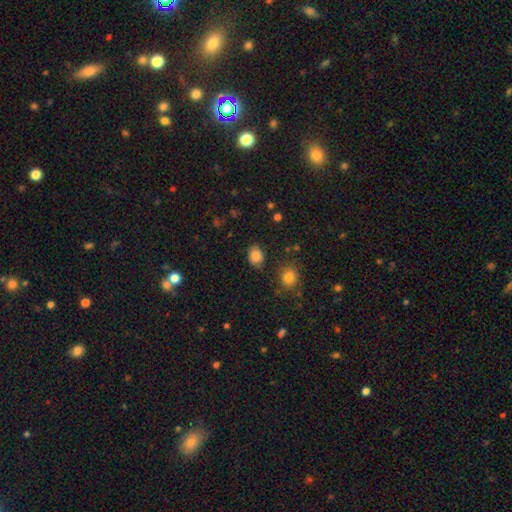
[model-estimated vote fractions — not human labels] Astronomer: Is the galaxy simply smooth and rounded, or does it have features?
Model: smooth — 84%.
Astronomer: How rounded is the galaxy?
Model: in between — 59% (runner-up: round, 40%).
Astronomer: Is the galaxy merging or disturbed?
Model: none — 82%.